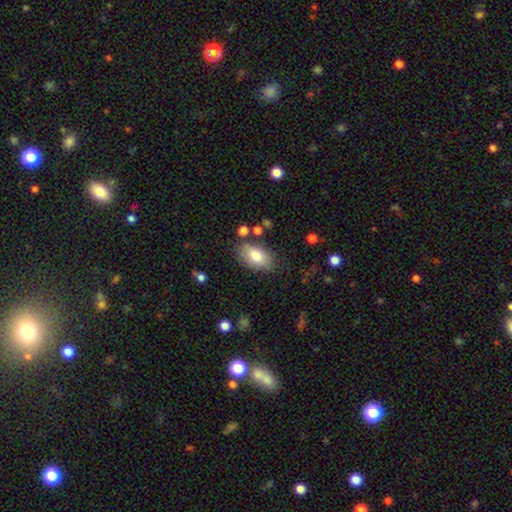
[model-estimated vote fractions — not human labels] Smooth or featured: smooth — 80% (featured or disk — 14%)
How rounded: in between — 93% (round — 5%)
Merging: none — 76% (minor disturbance — 15%)